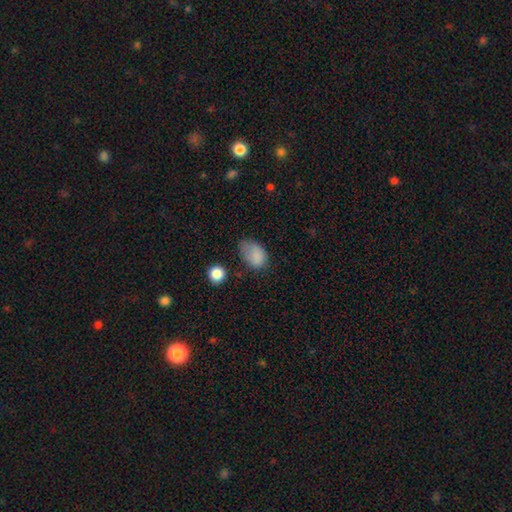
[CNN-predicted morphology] Overall: smooth (82%). How rounded: in between (82%). Merging: minor disturbance (39%; none 38%).